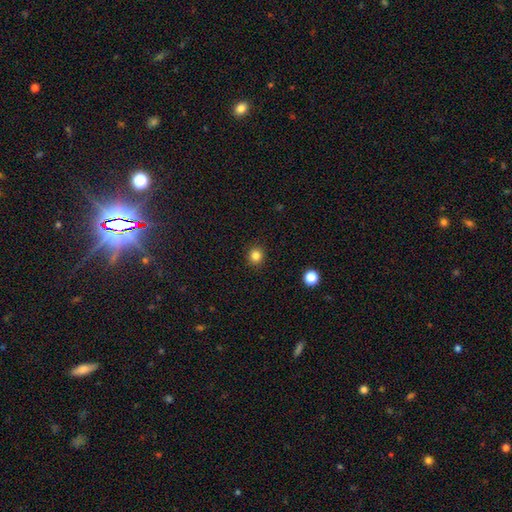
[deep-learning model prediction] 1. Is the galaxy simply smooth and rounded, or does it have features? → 83% smooth, 13% star or artifact, 4% featured or disk.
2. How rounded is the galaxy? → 90% round, 9% in between, 1% cigar-shaped.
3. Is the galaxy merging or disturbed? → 92% none, 5% minor disturbance, 2% major disturbance, 1% merger.